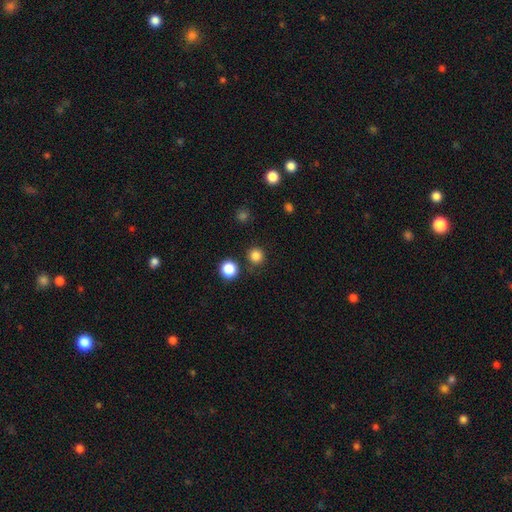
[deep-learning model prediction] Smooth or featured? smooth (83%)
How rounded? round (94%)
Merging? none (87%)